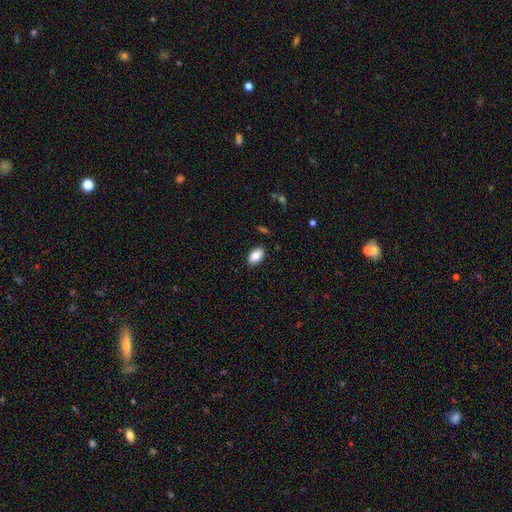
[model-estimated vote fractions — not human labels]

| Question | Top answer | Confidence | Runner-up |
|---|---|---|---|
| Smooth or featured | smooth | 86% | star or artifact (7%) |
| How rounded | in between | 93% | round (4%) |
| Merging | none | 87% | minor disturbance (9%) |